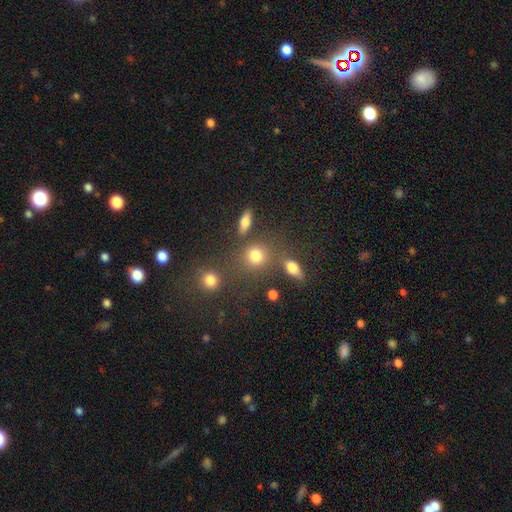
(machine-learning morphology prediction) Smooth or featured?
  - smooth: 78% *
  - star or artifact: 14%
  - featured or disk: 9%
How rounded?
  - round: 75% *
  - in between: 23%
  - cigar-shaped: 2%
Merging?
  - none: 66% *
  - merger: 17%
  - minor disturbance: 11%
  - major disturbance: 6%